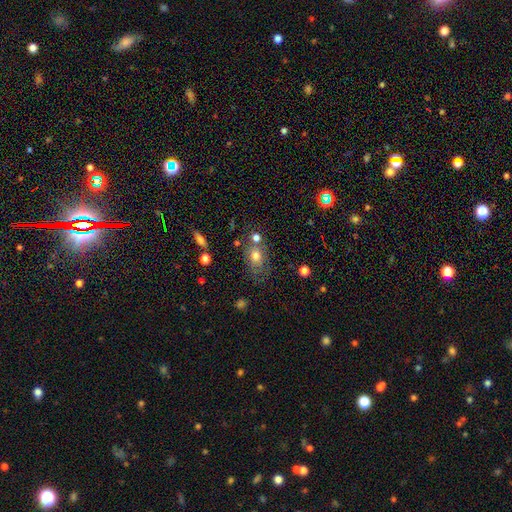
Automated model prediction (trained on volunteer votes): Overall: smooth (72%). How rounded: in between (66%; round 32%). Merging: none (57%; minor disturbance 19%).